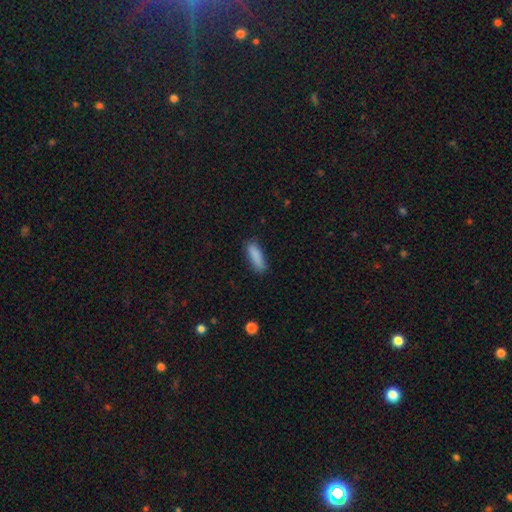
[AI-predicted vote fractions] This appears to be a smooth galaxy with no disk features (87%) that is in between round and cigar-shaped (51%). Merging: none (76%).